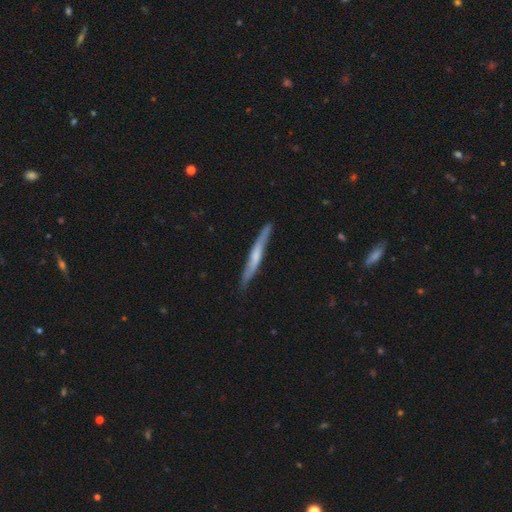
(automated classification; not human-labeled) smooth-or-featured: featured or disk: 59% | smooth: 36% | star or artifact: 5%
  disk-edge-on: yes: 91% | no: 9%
    edge-on-bulge: none: 47% | rounded: 40% | boxy: 13%
  merging: none: 83% | minor disturbance: 13% | major disturbance: 2% | merger: 1%